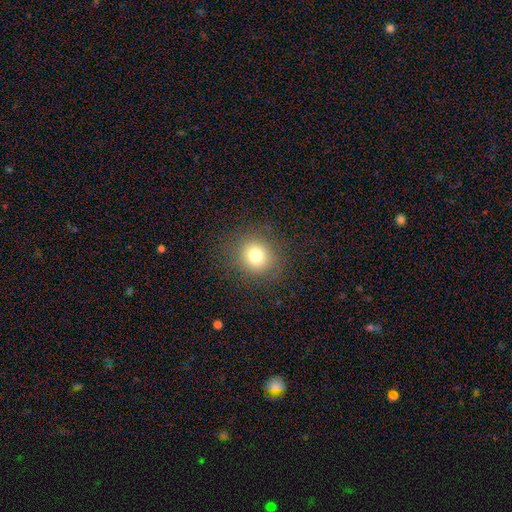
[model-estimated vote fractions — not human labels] smooth 77%, star or artifact 14%, featured or disk 9%. Down the decision tree: how rounded — round (86%); merging — none (87%).